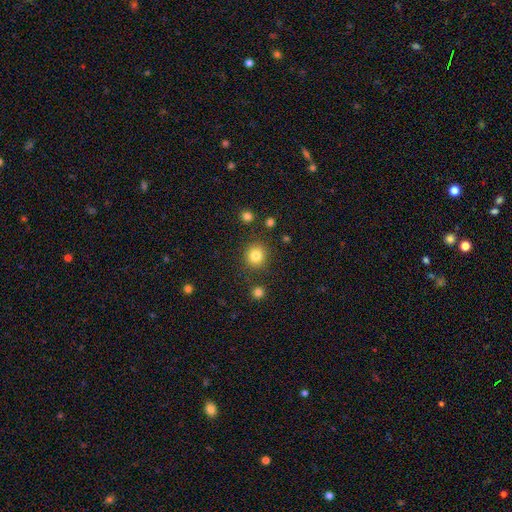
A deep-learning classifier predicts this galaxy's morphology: smooth_or_featured: smooth (p=0.83) [alt: star or artifact p=0.11]
how_rounded: round (p=0.91) [alt: in between p=0.08]
merging: none (p=0.88) [alt: minor disturbance p=0.07]